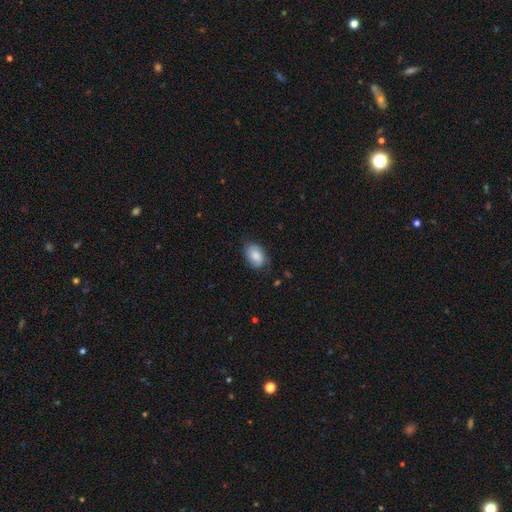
A smooth galaxy with no disk features (79%) that is in between round and cigar-shaped (87%).

Vote fractions:
- Smooth or featured? smooth: 79% / featured or disk: 18% / star or artifact: 3%
- How rounded? in between: 87% / round: 13% / cigar-shaped: 0%
- Merging? none: 68% / minor disturbance: 30% / major disturbance: 3% / merger: 0%